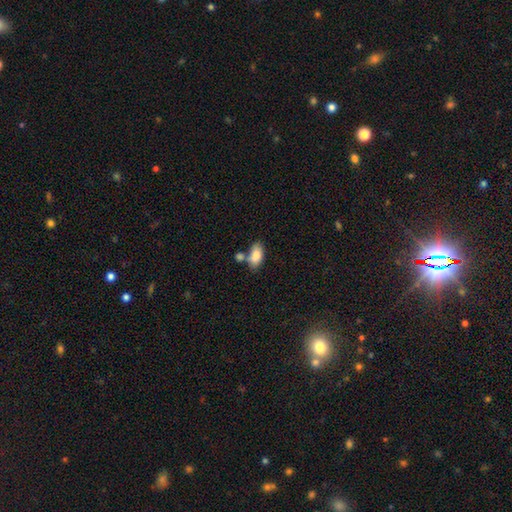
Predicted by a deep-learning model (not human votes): A smooth galaxy with no disk features (85%) that is in between round and cigar-shaped (92%).

Vote fractions:
- Smooth or featured? smooth: 85% / featured or disk: 8% / star or artifact: 7%
- How rounded? in between: 92% / cigar-shaped: 5% / round: 4%
- Merging? none: 54% / merger: 27% / minor disturbance: 15% / major disturbance: 5%